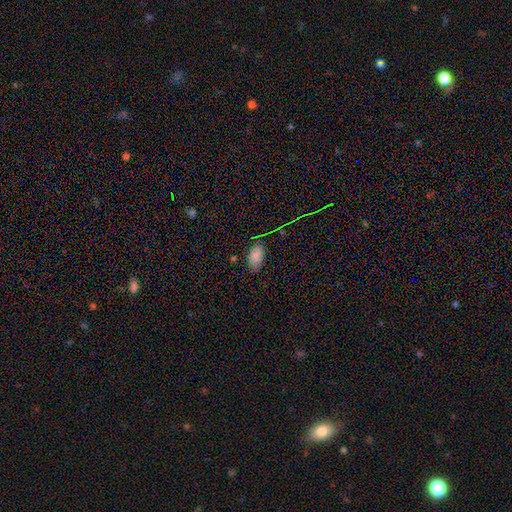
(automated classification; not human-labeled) Q: Smooth or featured?
A: smooth (84%); runner-up: star or artifact (11%)
Q: How rounded?
A: in between (94%); runner-up: round (3%)
Q: Merging?
A: none (78%); runner-up: minor disturbance (16%)